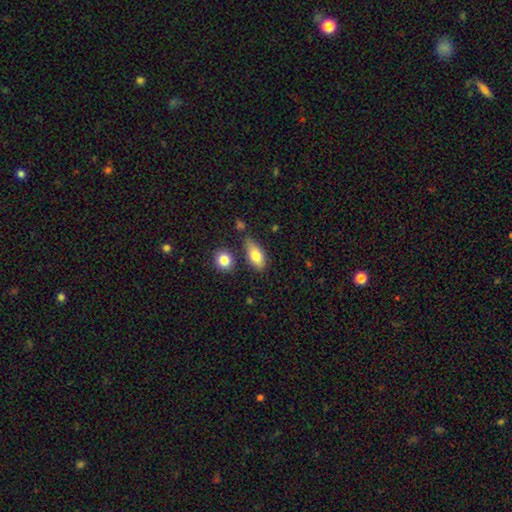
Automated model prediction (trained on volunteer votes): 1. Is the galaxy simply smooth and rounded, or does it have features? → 77% smooth, 15% featured or disk, 7% star or artifact.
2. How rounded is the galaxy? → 84% in between, 10% cigar-shaped, 5% round.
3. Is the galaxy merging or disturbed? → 64% none, 22% minor disturbance, 9% merger, 5% major disturbance.